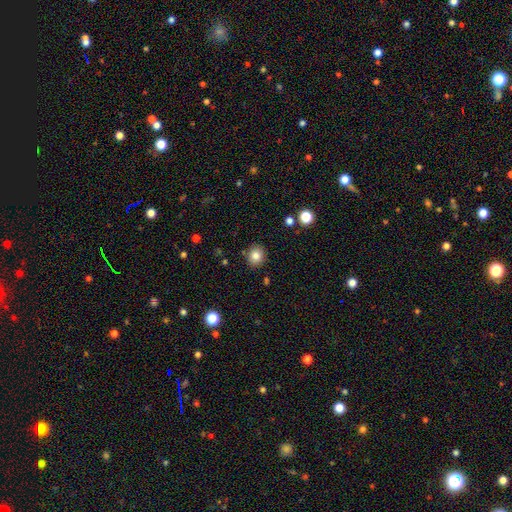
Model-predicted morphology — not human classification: A smooth galaxy with no disk features (82%) that is round (75%).

Vote fractions:
- Smooth or featured? smooth: 82% / star or artifact: 11% / featured or disk: 7%
- How rounded? round: 75% / in between: 24% / cigar-shaped: 1%
- Merging? none: 88% / minor disturbance: 8% / major disturbance: 2% / merger: 2%